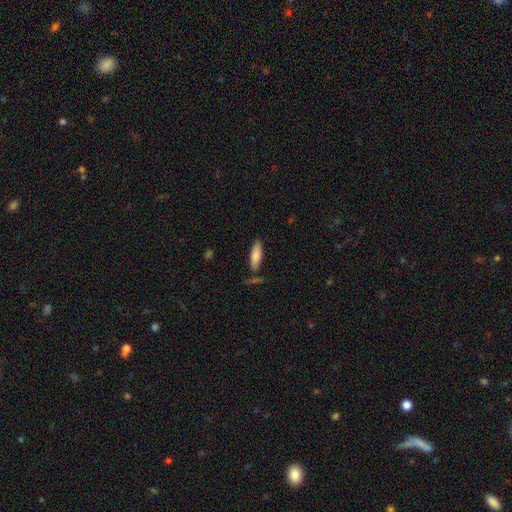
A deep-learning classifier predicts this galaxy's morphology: smooth 81%, featured or disk 12%, star or artifact 6%. Down the decision tree: how rounded — in between (56%); merging — none (75%).